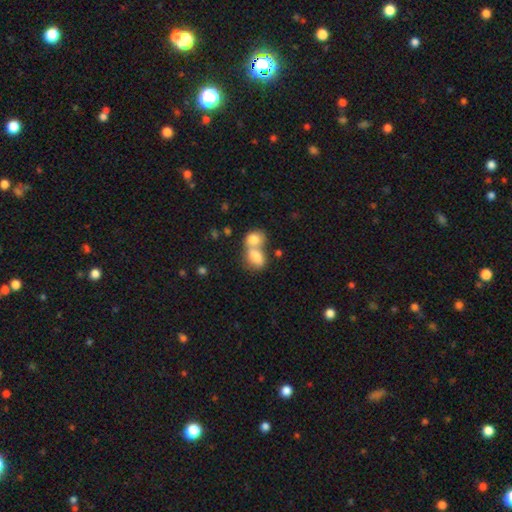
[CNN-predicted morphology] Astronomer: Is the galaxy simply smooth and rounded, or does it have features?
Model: smooth — 78%.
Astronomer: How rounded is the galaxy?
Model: in between — 76%.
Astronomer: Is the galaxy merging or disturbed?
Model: merger — 73%.